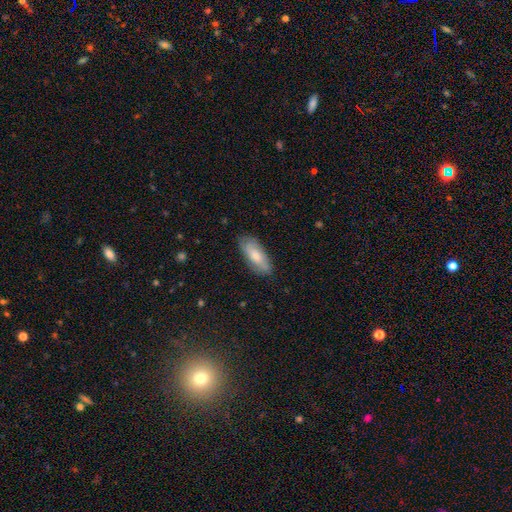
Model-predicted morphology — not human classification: smooth 69%, featured or disk 25%, star or artifact 6%. Down the decision tree: how rounded — in between (78%); merging — none (80%).